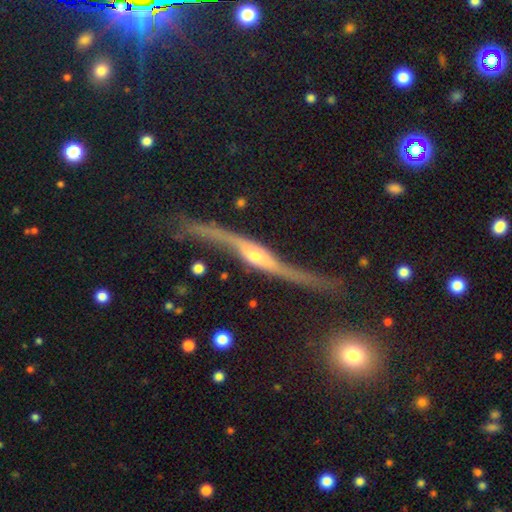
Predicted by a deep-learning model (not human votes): This appears to be a featured or disk galaxy (88%) viewed edge-on (52%). Merging: none (59%).